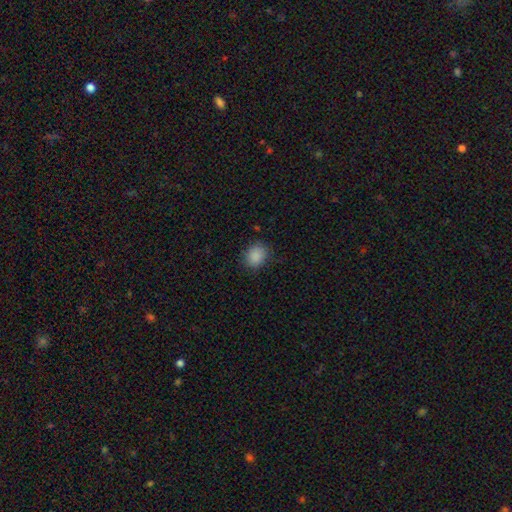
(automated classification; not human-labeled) Q: Smooth or featured?
A: smooth (88%); runner-up: star or artifact (9%)
Q: How rounded?
A: round (57%); runner-up: in between (42%)
Q: Merging?
A: none (83%); runner-up: minor disturbance (13%)